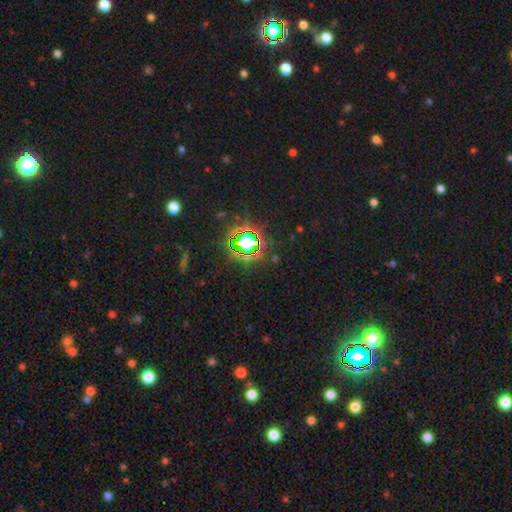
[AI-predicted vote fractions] smooth-or-featured: star or artifact: 80% | smooth: 13% | featured or disk: 7%